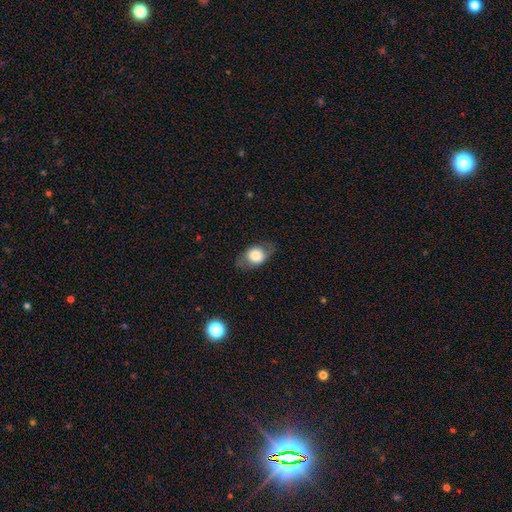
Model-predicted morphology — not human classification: A smooth galaxy with no disk features (67%) that is in between round and cigar-shaped (60%).

Vote fractions:
- Smooth or featured? smooth: 67% / featured or disk: 25% / star or artifact: 8%
- How rounded? in between: 60% / round: 38% / cigar-shaped: 2%
- Merging? none: 73% / minor disturbance: 17% / major disturbance: 9% / merger: 1%